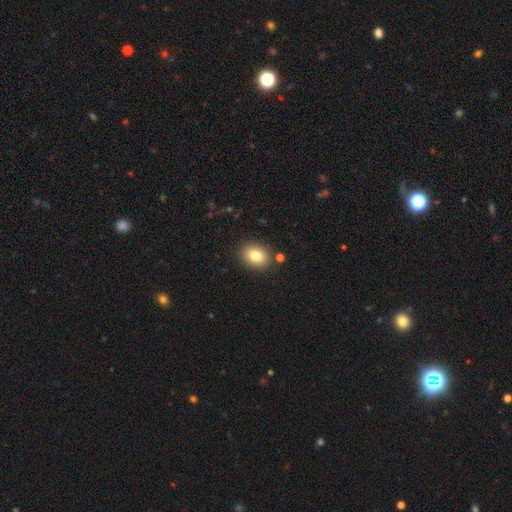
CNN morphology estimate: smooth-or-featured: smooth: 82% | star or artifact: 10% | featured or disk: 9%
  how-rounded: in between: 62% | round: 37% | cigar-shaped: 1%
  merging: none: 84% | minor disturbance: 9% | merger: 3% | major disturbance: 3%